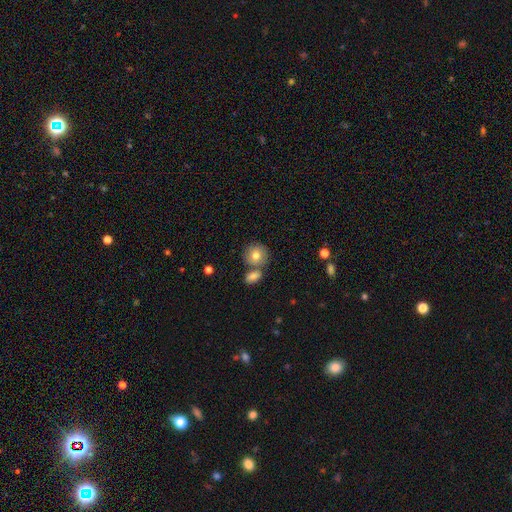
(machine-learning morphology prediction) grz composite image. It shows a smooth galaxy with no disk features (78%) that is round (84%). Merging: none (63%).